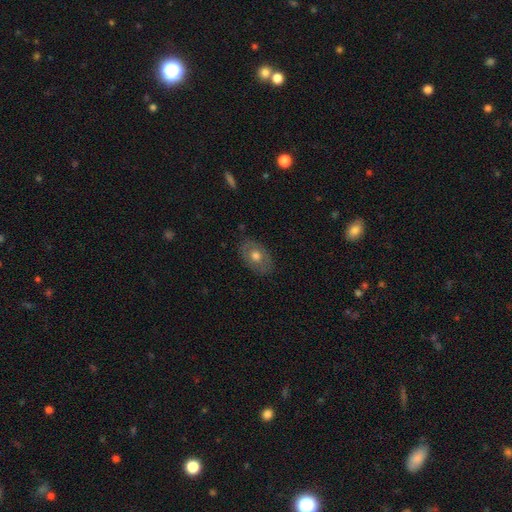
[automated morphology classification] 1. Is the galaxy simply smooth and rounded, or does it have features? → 54% smooth, 38% featured or disk, 8% star or artifact.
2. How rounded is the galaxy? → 78% in between, 21% round, 1% cigar-shaped.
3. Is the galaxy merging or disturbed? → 82% none, 13% minor disturbance, 3% major disturbance, 1% merger.